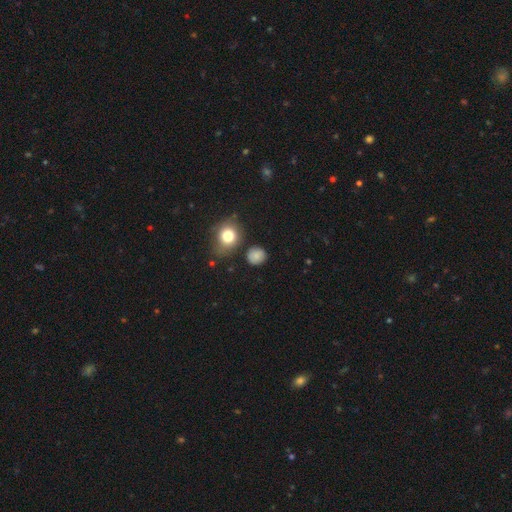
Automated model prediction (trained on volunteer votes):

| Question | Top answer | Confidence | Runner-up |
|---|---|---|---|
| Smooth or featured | smooth | 81% | star or artifact (12%) |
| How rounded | round | 84% | in between (15%) |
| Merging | none | 81% | minor disturbance (13%) |